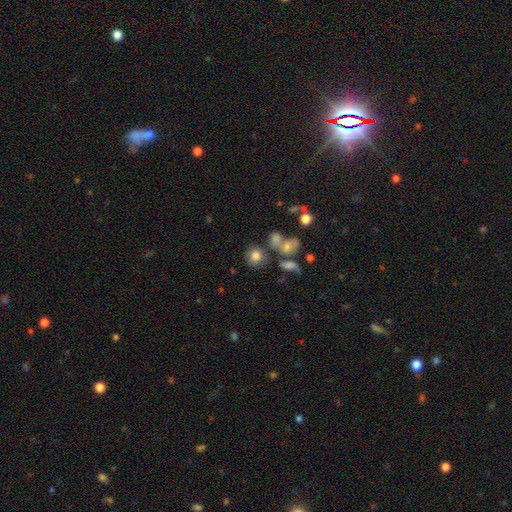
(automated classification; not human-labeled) A smooth galaxy with no disk features (78%) that is round (77%). Merging: none (59%).